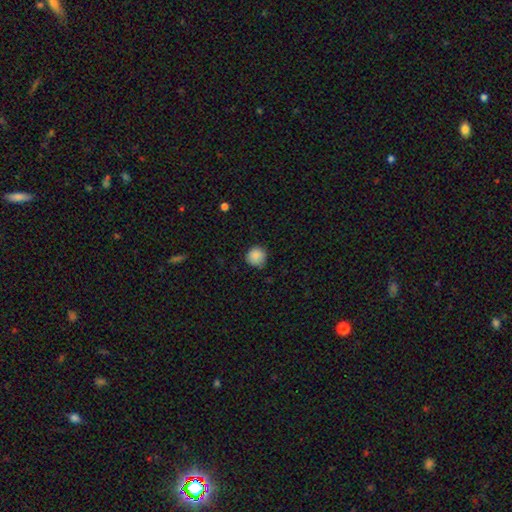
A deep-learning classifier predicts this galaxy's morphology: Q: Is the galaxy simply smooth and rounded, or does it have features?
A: smooth — 87%.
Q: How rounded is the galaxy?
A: round — 93%.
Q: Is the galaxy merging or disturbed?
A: none — 80%.